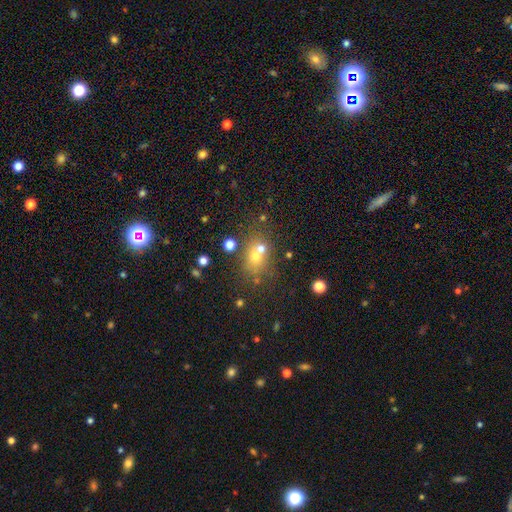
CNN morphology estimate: Smooth or featured? smooth (58%)
How rounded? round (58%)
Merging? none (47%)